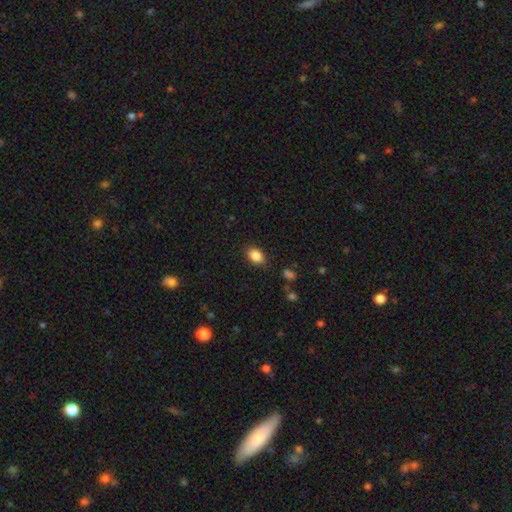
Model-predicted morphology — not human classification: The model was most divided on "how rounded": in between: 81%, round: 18%, cigar-shaped: 1%. More confident: smooth or featured — smooth (87%); merging — none (86%).